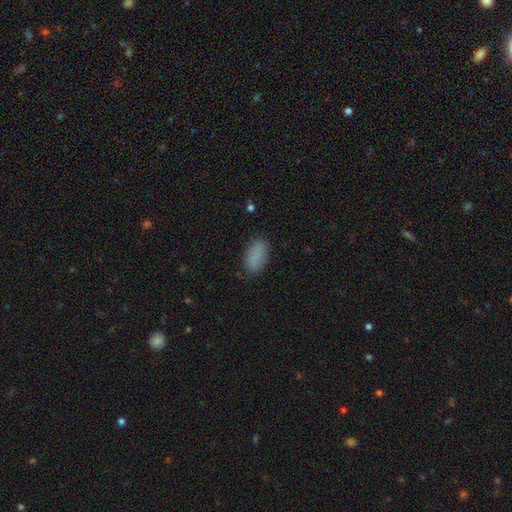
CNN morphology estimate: This appears to be a smooth galaxy with no disk features (86%) that is in between round and cigar-shaped (92%). Merging: none (83%).